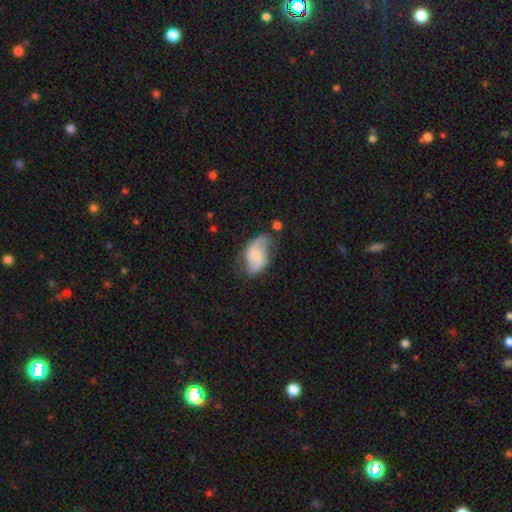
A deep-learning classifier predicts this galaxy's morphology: This appears to be a featured or disk galaxy (66%) with no bar (61%), 2 (80%) loose (58%) spiral arms (89%) and a small central bulge (57%). Merging: none (51%).